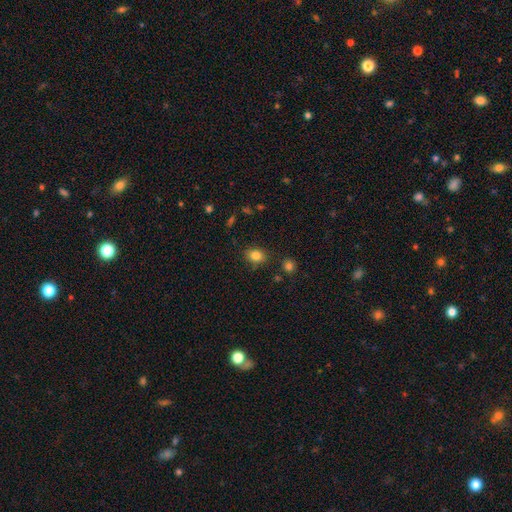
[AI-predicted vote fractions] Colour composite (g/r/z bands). It shows a smooth galaxy with no disk features (83%) that is in between round and cigar-shaped (56%). Merging: none (81%).